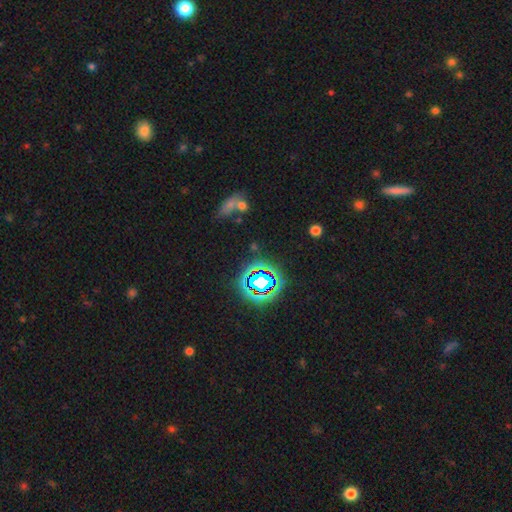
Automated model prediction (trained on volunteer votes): Smooth or featured? Predicted: star or artifact (p=0.70).